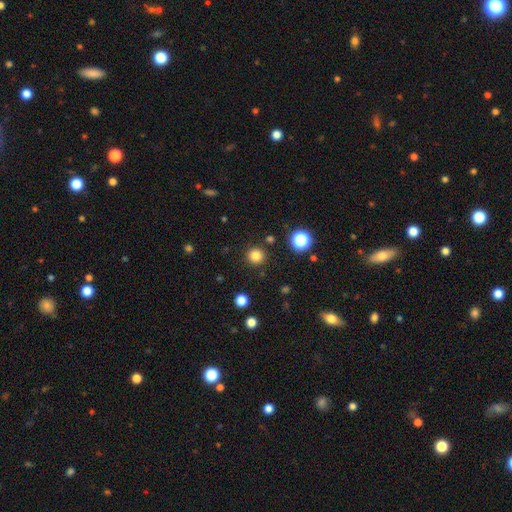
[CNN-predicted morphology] This is clearly a smooth galaxy (82%). How rounded: clearly round (94%). Merging: clearly none (90%).